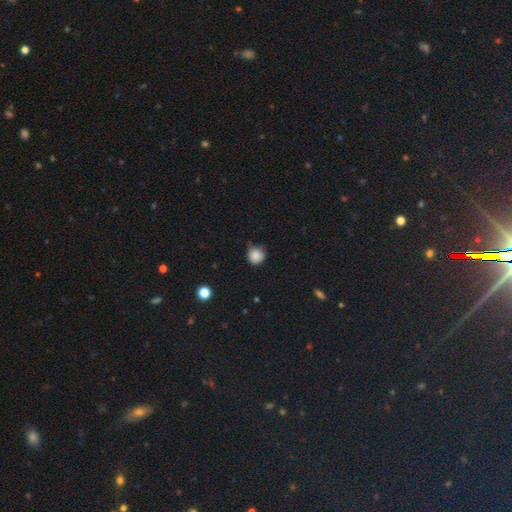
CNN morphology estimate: Overall: smooth (85%). How rounded: round (91%). Merging: none (65%; minor disturbance 28%).